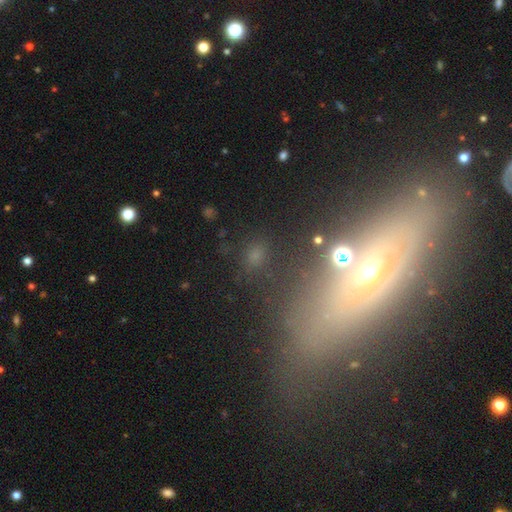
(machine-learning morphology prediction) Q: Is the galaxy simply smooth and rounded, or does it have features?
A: smooth — 46%.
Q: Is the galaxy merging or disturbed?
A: none — 73%.